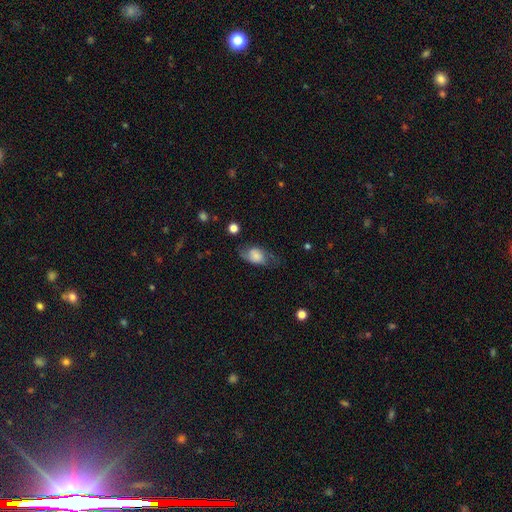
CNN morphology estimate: Smooth or featured?
  - smooth: 58% *
  - featured or disk: 33%
  - star or artifact: 9%
How rounded?
  - in between: 84% *
  - round: 14%
  - cigar-shaped: 3%
Merging?
  - none: 54% *
  - minor disturbance: 26%
  - major disturbance: 17%
  - merger: 2%